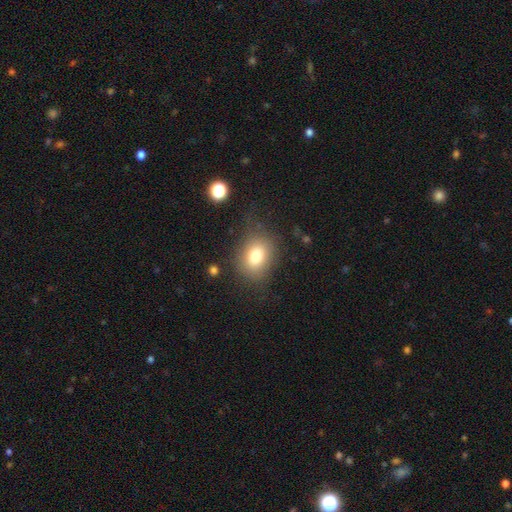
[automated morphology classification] Smooth or featured? smooth (77%)
How rounded? in between (53%)
Merging? none (74%)